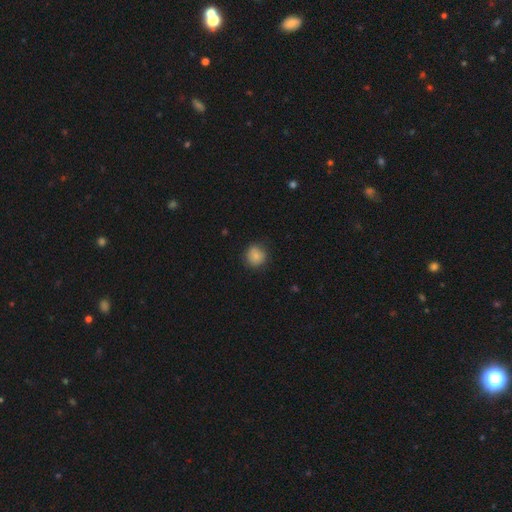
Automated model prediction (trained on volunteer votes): smooth_or_featured: smooth (p=0.83) [alt: star or artifact p=0.09]
how_rounded: round (p=0.88) [alt: in between p=0.11]
merging: none (p=0.82) [alt: minor disturbance p=0.13]